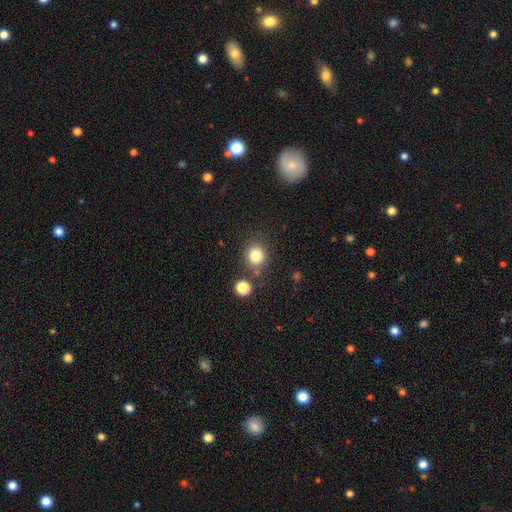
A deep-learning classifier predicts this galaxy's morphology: type=smooth (82%); roundness=round (84%); merging=none (76%).